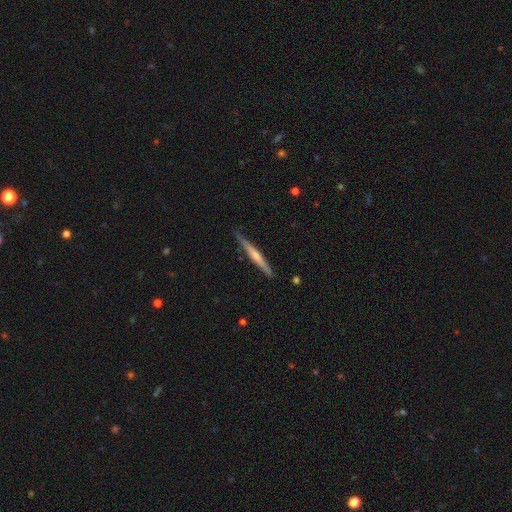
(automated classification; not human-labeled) Smooth or featured? Predicted: featured or disk (p=0.51). Edge-on disk? Predicted: yes (p=0.97). Merging? Predicted: none (p=0.83).